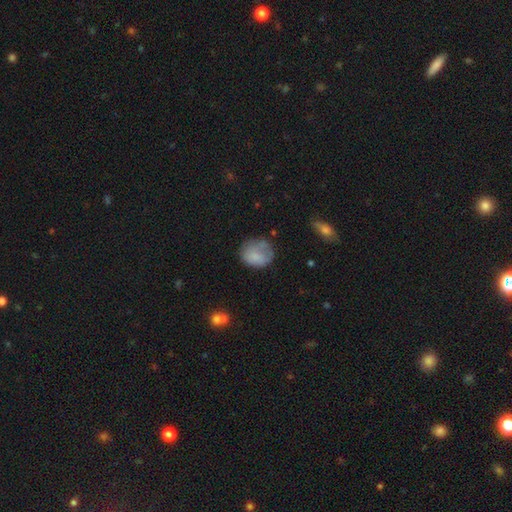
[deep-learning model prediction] smooth-or-featured: smooth: 74% | featured or disk: 17% | star or artifact: 9%
  how-rounded: round: 62% | in between: 37% | cigar-shaped: 1%
  merging: none: 51% | minor disturbance: 29% | major disturbance: 16% | merger: 4%